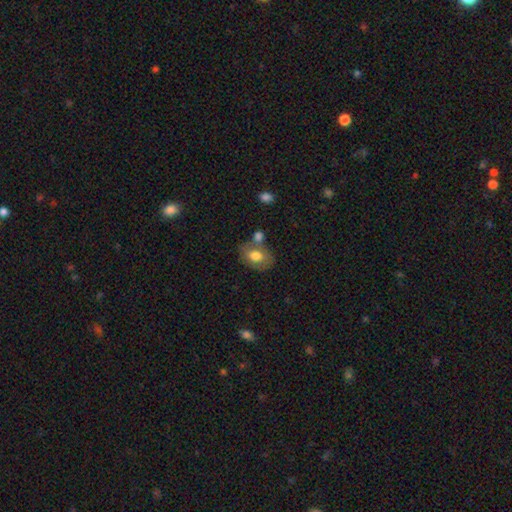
This is clearly a smooth galaxy (84%). How rounded: likely in between (72%). Merging: likely none (73%).